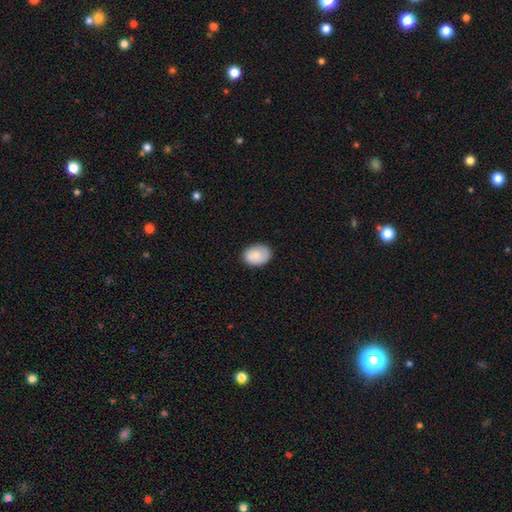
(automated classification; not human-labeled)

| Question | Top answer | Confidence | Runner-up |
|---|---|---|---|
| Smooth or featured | smooth | 85% | featured or disk (8%) |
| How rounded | in between | 74% | round (25%) |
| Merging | none | 79% | minor disturbance (16%) |